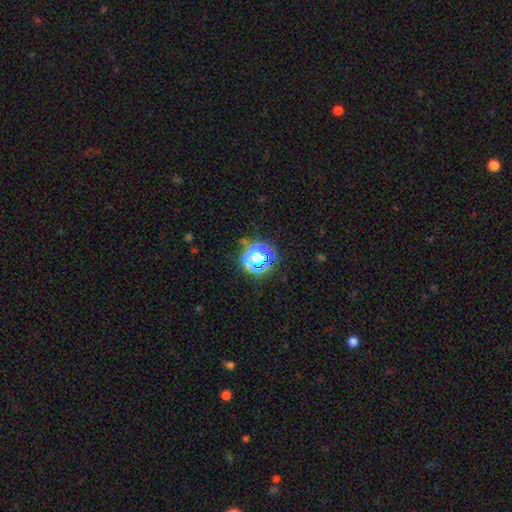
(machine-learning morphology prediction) Smooth or featured? star or artifact (52%)